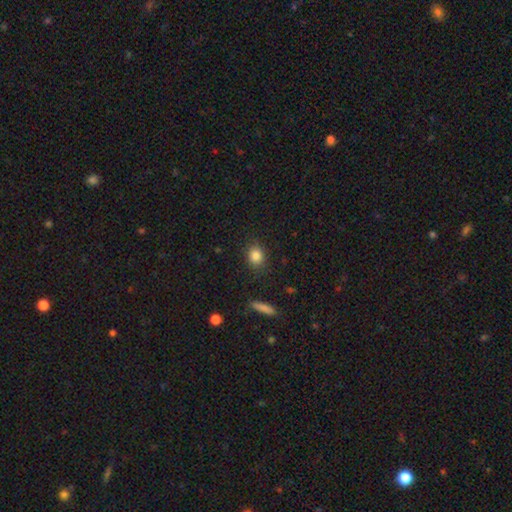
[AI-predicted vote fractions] smooth-or-featured: smooth: 84% | star or artifact: 10% | featured or disk: 6%
  how-rounded: round: 63% | in between: 35% | cigar-shaped: 2%
  merging: none: 87% | minor disturbance: 9% | major disturbance: 3% | merger: 2%